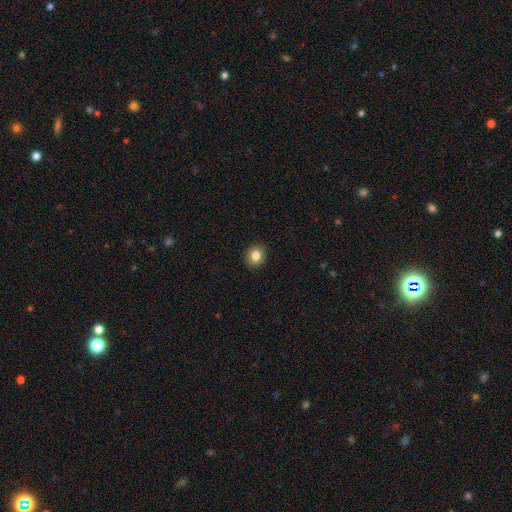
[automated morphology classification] A smooth galaxy with no disk features (83%) that is round (75%). Merging: none (91%).